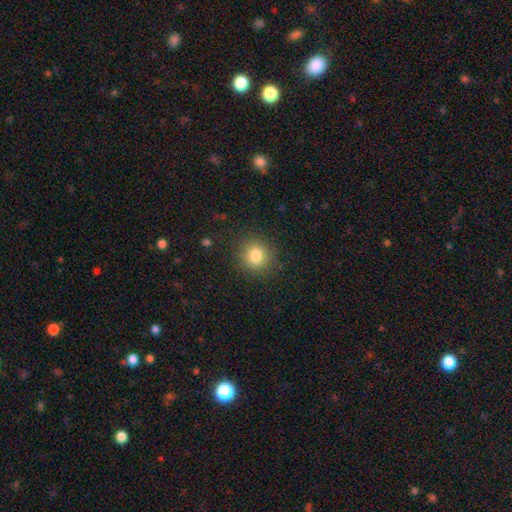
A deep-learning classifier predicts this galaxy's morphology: This is clearly a smooth galaxy (81%). How rounded: clearly round (89%). Merging: clearly none (88%).